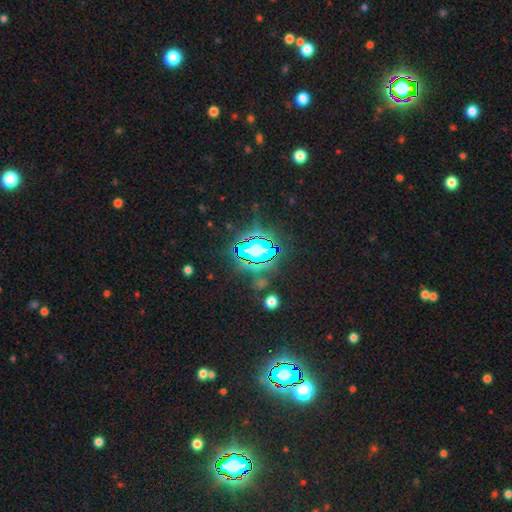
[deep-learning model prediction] This appears to be a star or artifact, not a galaxy (83%).